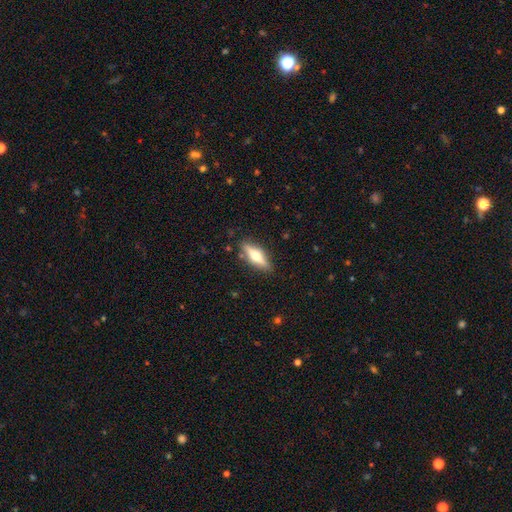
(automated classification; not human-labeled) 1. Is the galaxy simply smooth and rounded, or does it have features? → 52% featured or disk, 42% smooth, 6% star or artifact.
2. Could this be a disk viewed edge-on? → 91% yes, 9% no.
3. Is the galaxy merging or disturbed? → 86% none, 10% minor disturbance, 2% major disturbance, 2% merger.